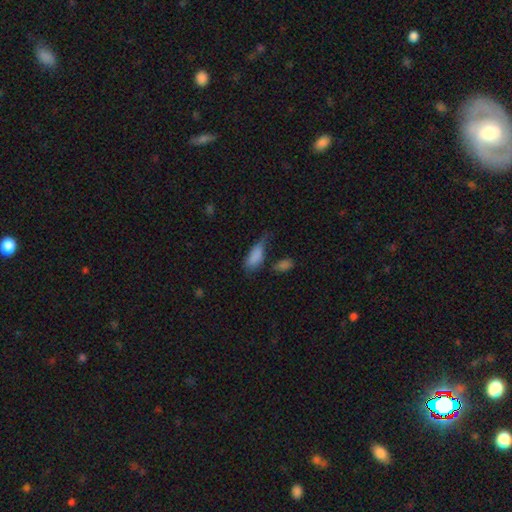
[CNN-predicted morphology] Smooth or featured? smooth (81%)
How rounded? in between (85%)
Merging? minor disturbance (31%)